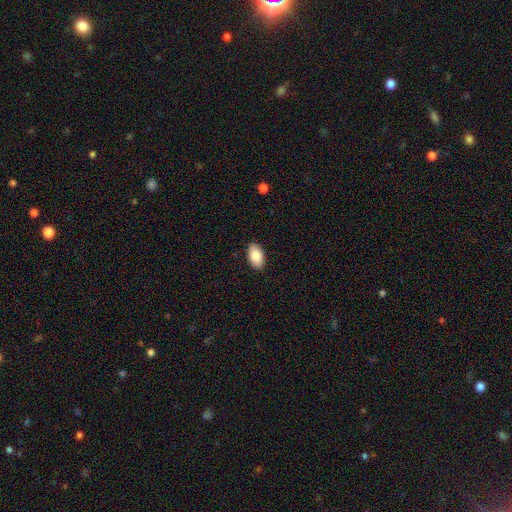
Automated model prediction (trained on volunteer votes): smooth 85%, featured or disk 8%, star or artifact 7%. Down the decision tree: how rounded — in between (94%); merging — none (89%).